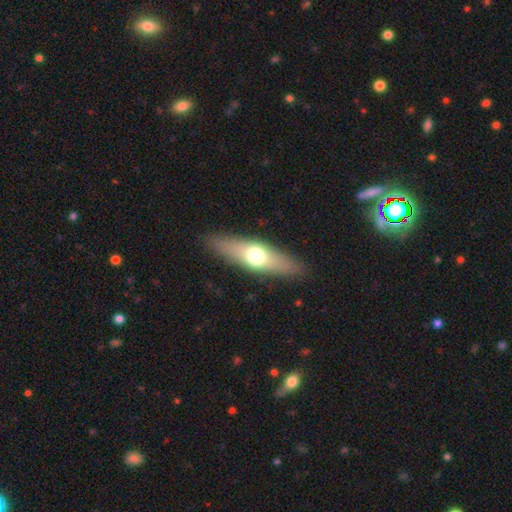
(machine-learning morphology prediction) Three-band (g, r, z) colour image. It shows a smooth galaxy with no disk features (56%) that is cigar-shaped (52%). Merging: none (87%).